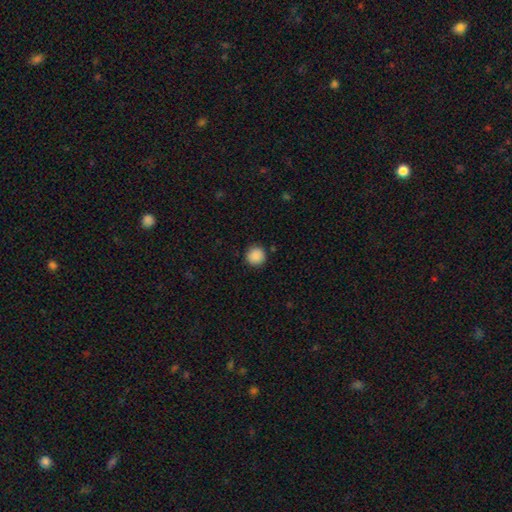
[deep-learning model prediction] A smooth galaxy with no disk features (89%) that is round (95%).

Vote fractions:
- Smooth or featured? smooth: 89% / star or artifact: 9% / featured or disk: 3%
- How rounded? round: 95% / in between: 4% / cigar-shaped: 1%
- Merging? none: 90% / minor disturbance: 7% / major disturbance: 2% / merger: 1%